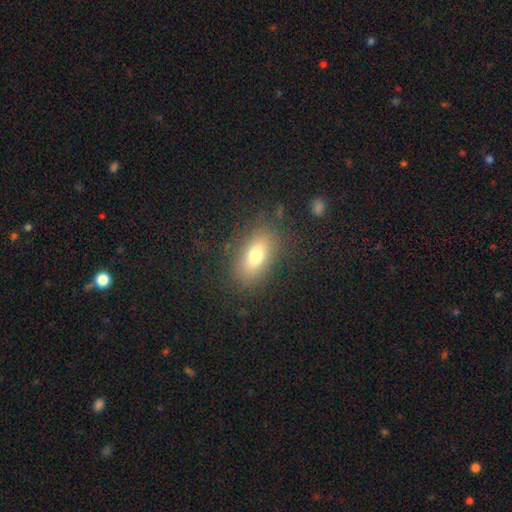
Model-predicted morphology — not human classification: Q: Smooth or featured?
A: smooth (73%); runner-up: featured or disk (16%)
Q: How rounded?
A: in between (84%); runner-up: round (11%)
Q: Merging?
A: none (83%); runner-up: minor disturbance (11%)